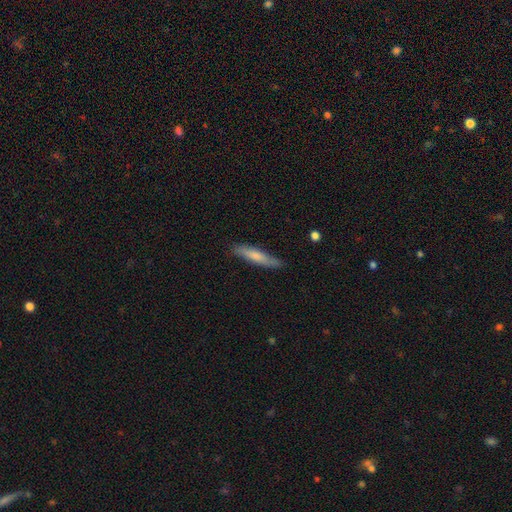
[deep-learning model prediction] Smooth or featured?
  - smooth: 69% *
  - featured or disk: 26%
  - star or artifact: 5%
How rounded?
  - cigar-shaped: 87% *
  - in between: 11%
  - round: 1%
Merging?
  - none: 83% *
  - minor disturbance: 14%
  - major disturbance: 2%
  - merger: 1%